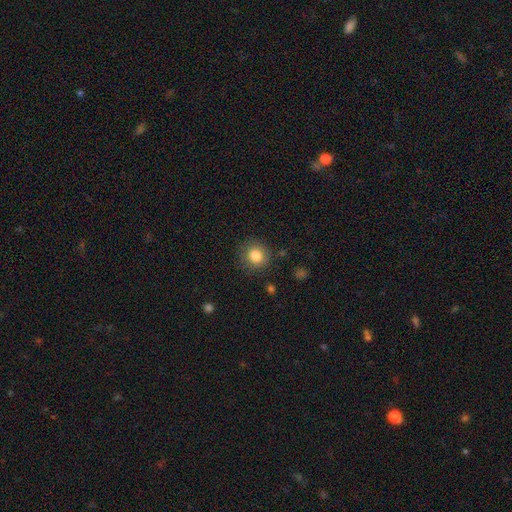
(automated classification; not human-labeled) Overall: smooth (84%). How rounded: round (85%). Merging: none (84%).